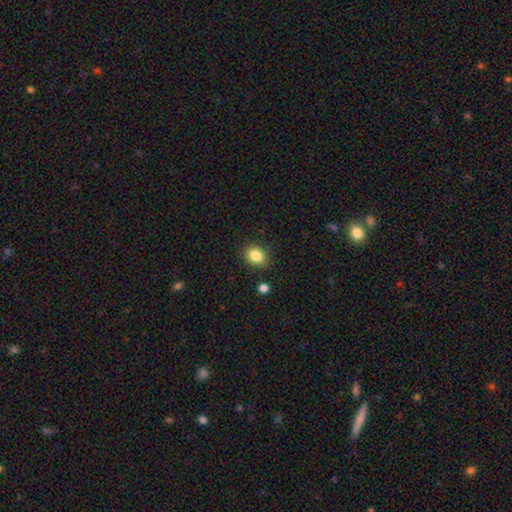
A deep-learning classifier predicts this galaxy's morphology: Smooth or featured?
  - smooth: 84% *
  - star or artifact: 10%
  - featured or disk: 6%
How rounded?
  - round: 55% *
  - in between: 45%
  - cigar-shaped: 1%
Merging?
  - none: 87% *
  - minor disturbance: 9%
  - major disturbance: 2%
  - merger: 2%